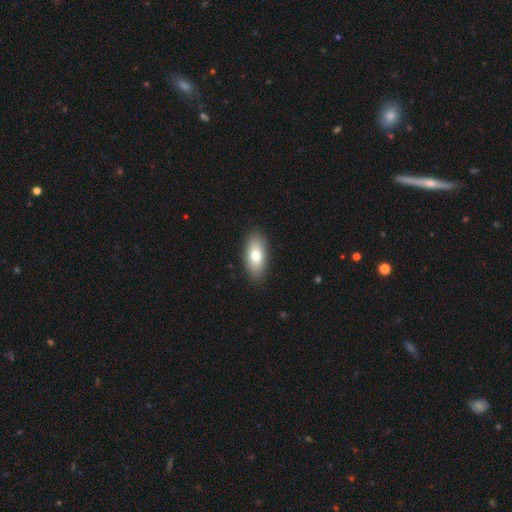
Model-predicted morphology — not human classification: The model was most divided on "smooth or featured": smooth: 77%, featured or disk: 17%, star or artifact: 6%. More confident: how rounded — in between (89%); merging — none (88%).